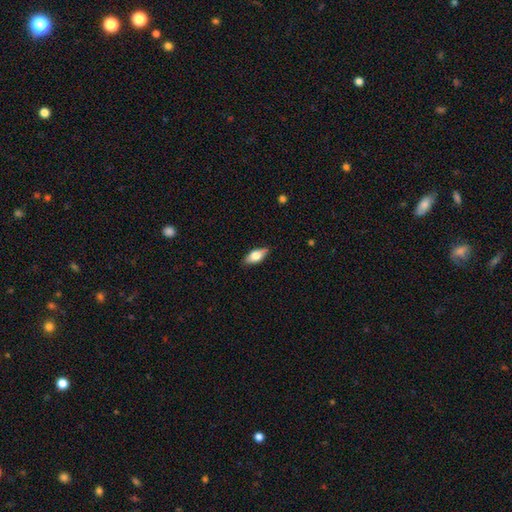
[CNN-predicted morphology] Smooth or featured? Predicted: smooth (p=0.62). How rounded? Predicted: in between (p=0.81). Merging? Predicted: none (p=0.85).